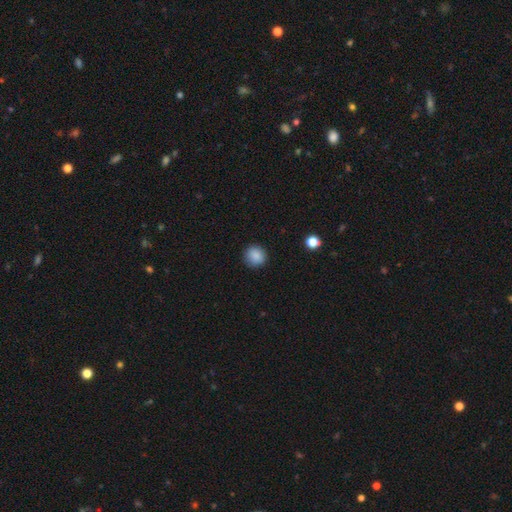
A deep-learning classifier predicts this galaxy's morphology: type=smooth (87%); roundness=round (90%); merging=none (90%).